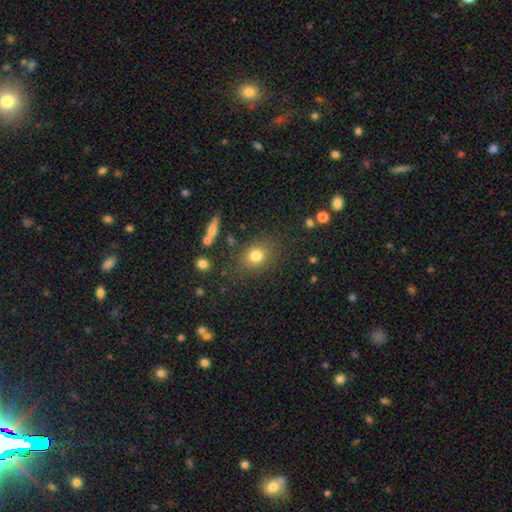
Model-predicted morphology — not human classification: Smooth or featured? Predicted: smooth (p=0.78). How rounded? Predicted: round (p=0.59). Merging? Predicted: none (p=0.80).